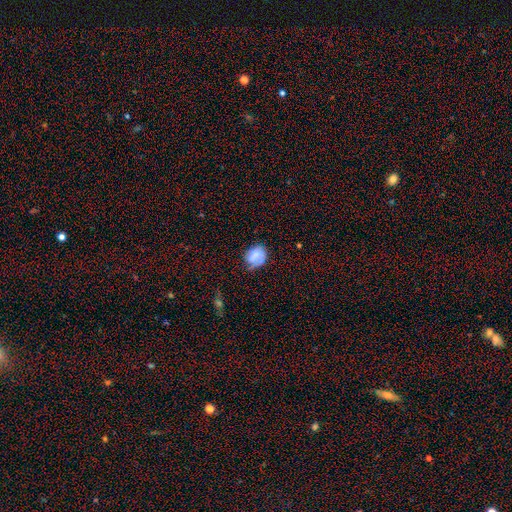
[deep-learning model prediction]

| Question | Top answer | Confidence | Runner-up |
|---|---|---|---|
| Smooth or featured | smooth | 60% | featured or disk (31%) |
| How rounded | in between | 52% | round (47%) |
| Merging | none | 47% | minor disturbance (33%) |